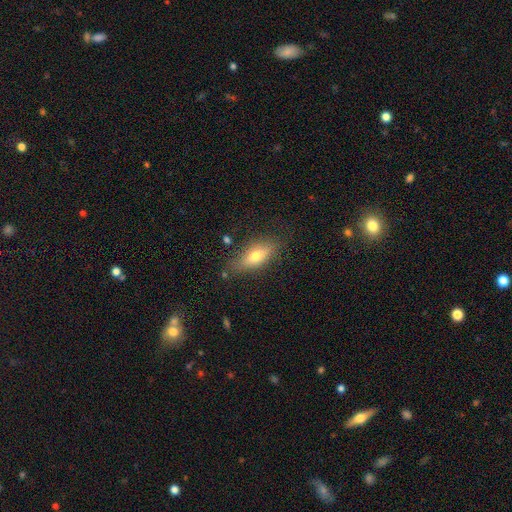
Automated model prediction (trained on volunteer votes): A smooth galaxy with no disk features (66%) that is in between round and cigar-shaped (71%). Merging: none (77%).